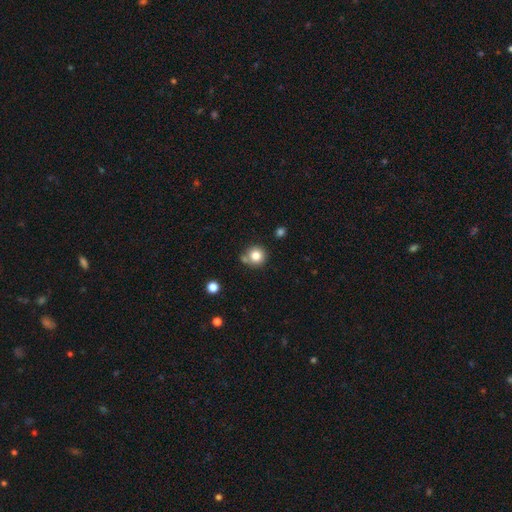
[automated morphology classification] This appears to be a smooth galaxy with no disk features (82%) that is round (91%). Merging: none (66%).